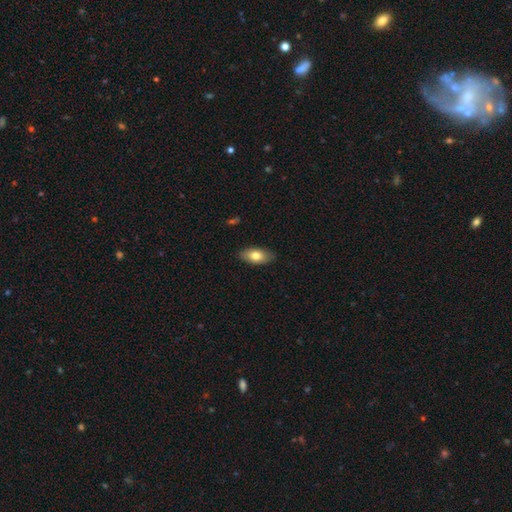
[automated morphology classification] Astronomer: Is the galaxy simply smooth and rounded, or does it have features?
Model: smooth — 76%.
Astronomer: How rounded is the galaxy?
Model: in between — 88%.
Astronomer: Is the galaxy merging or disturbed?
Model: none — 87%.